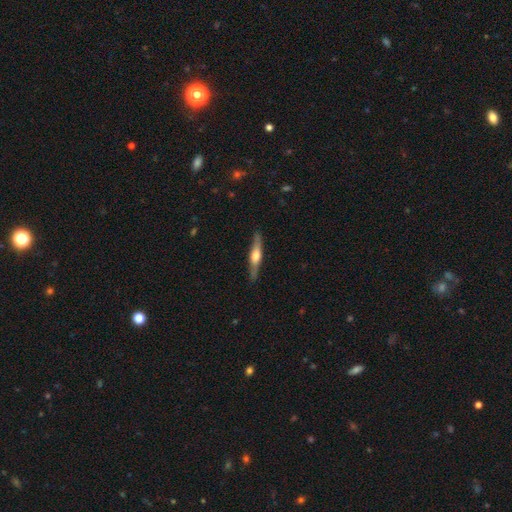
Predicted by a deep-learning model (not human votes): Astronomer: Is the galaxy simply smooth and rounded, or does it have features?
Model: featured or disk — 66%.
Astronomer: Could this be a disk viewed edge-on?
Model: yes — 96%.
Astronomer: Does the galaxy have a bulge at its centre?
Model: rounded — 85%.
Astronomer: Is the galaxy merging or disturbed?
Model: none — 88%.